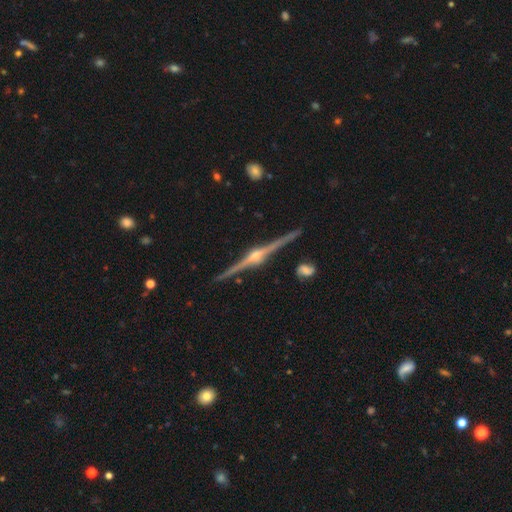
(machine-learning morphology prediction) This appears to be a featured or disk galaxy (91%) viewed edge-on (99%) with a rounded central bulge (93%). Merging: none (91%).